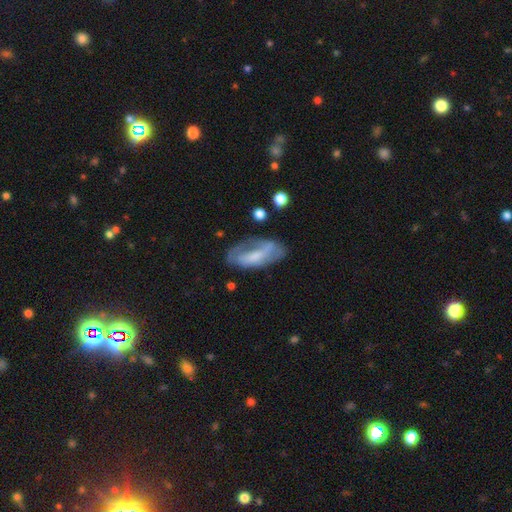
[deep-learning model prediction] The model was most divided on "smooth or featured": featured or disk: 54%, smooth: 38%, star or artifact: 8%. More confident: edge-on disk — no (86%); merging — none (50%).